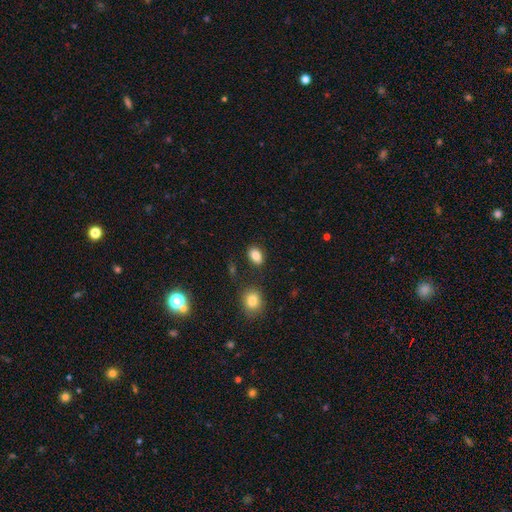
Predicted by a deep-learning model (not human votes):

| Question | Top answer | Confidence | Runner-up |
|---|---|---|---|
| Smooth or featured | smooth | 85% | star or artifact (10%) |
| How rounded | in between | 79% | round (19%) |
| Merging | none | 81% | minor disturbance (11%) |